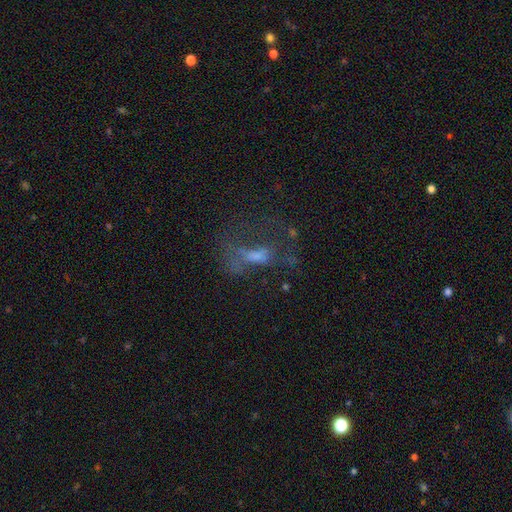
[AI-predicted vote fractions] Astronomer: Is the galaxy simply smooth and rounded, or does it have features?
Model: featured or disk — 47% (runner-up: smooth, 30%).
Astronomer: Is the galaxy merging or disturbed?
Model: major disturbance — 47% (runner-up: none, 32%).